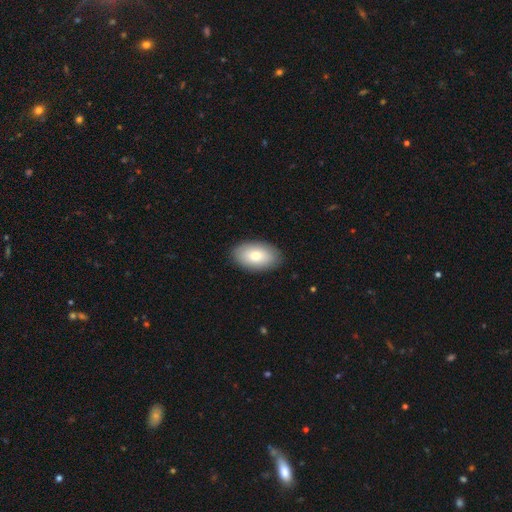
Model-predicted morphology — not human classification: This appears to be a smooth galaxy with no disk features (78%) that is in between round and cigar-shaped (94%). Merging: none (88%).